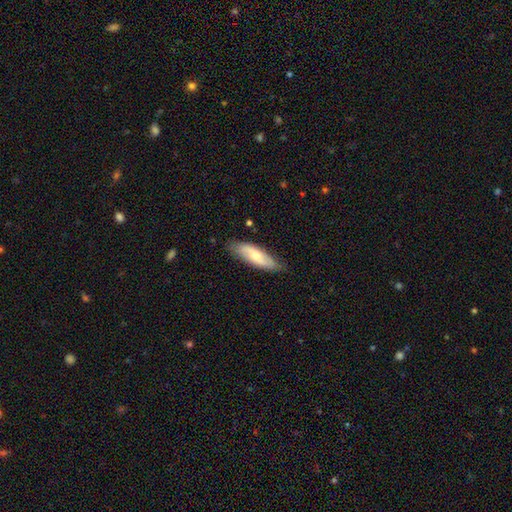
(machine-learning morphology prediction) Smooth or featured? smooth (59%)
How rounded? in between (54%)
Merging? none (80%)